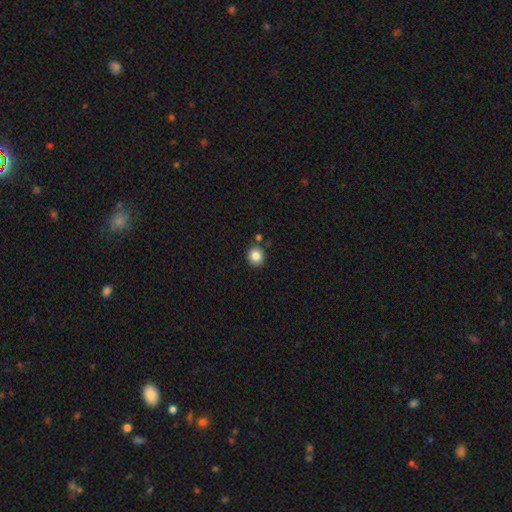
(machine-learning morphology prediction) Smooth or featured? smooth (86%)
How rounded? round (83%)
Merging? none (82%)